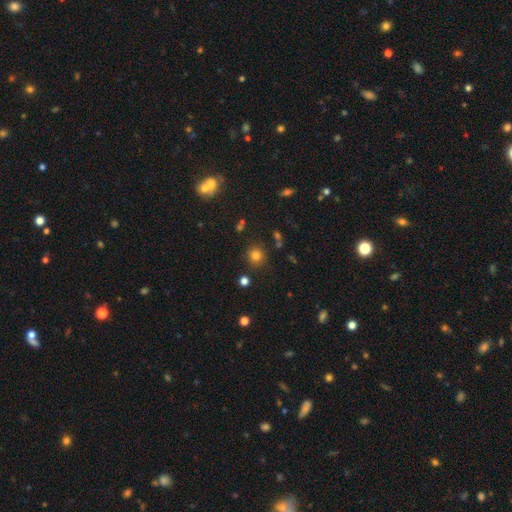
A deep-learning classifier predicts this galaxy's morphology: smooth-or-featured: smooth: 78% | star or artifact: 15% | featured or disk: 6%
  how-rounded: round: 90% | in between: 9% | cigar-shaped: 1%
  merging: none: 85% | minor disturbance: 9% | merger: 3% | major disturbance: 3%